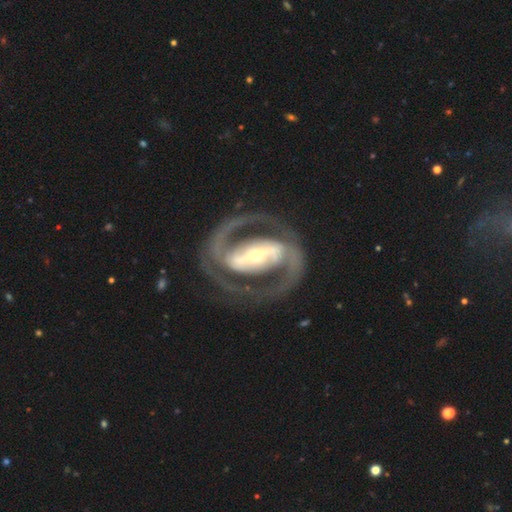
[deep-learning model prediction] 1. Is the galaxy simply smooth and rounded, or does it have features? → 91% featured or disk, 5% smooth, 4% star or artifact.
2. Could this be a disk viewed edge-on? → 96% no, 4% yes.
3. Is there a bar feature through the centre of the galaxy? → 75% strong, 16% weak, 8% no.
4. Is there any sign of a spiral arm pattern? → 94% yes, 6% no.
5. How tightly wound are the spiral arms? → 54% medium, 34% tight, 12% loose.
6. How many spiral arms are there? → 92% 2, 2% can't tell, 2% 1, 2% 3, 1% 4, 1% more than 4.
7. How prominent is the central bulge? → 49% small, 42% moderate, 7% large, 1% dominant, 1% none.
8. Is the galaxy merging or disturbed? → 81% none, 10% minor disturbance, 8% major disturbance, 2% merger.